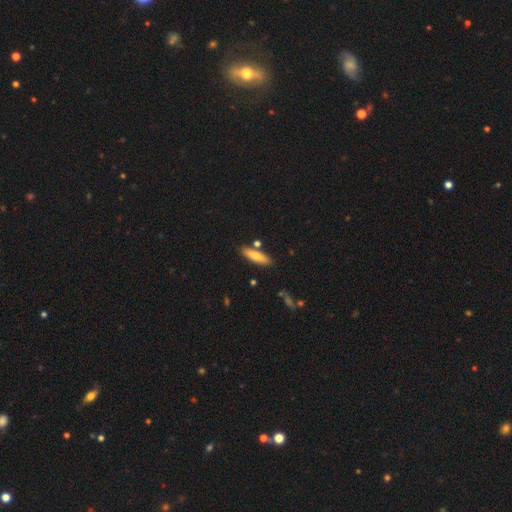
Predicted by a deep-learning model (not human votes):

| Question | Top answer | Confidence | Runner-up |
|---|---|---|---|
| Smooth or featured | smooth | 70% | featured or disk (24%) |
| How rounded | cigar-shaped | 62% | in between (36%) |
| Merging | none | 81% | minor disturbance (10%) |